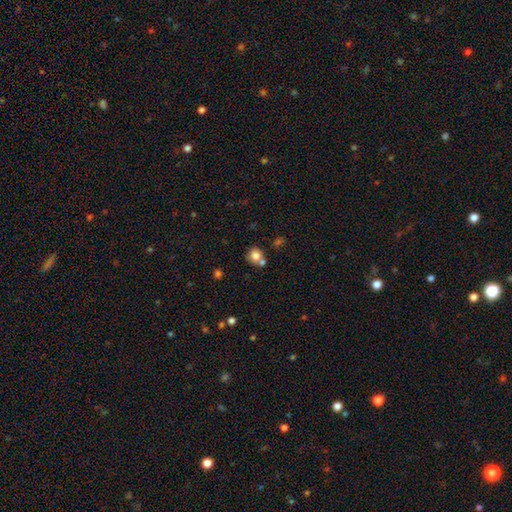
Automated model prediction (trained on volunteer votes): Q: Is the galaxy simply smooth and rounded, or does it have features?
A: smooth — 79%.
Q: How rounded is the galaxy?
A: round — 83%.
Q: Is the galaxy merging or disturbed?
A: none — 54%.